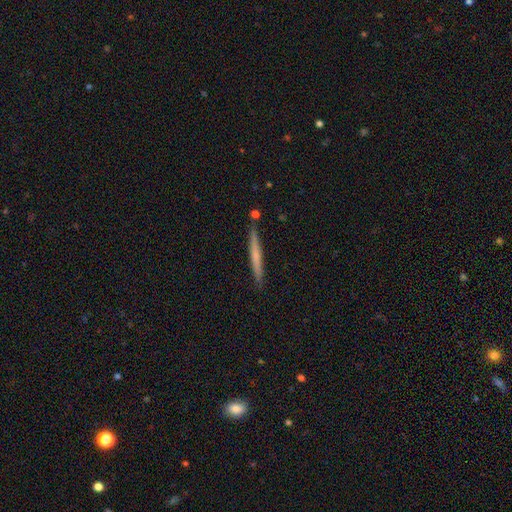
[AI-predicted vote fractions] Smooth or featured?
  - smooth: 53% *
  - featured or disk: 41%
  - star or artifact: 6%
How rounded?
  - cigar-shaped: 97% *
  - in between: 2%
  - round: 1%
Merging?
  - none: 87% *
  - minor disturbance: 9%
  - merger: 3%
  - major disturbance: 2%